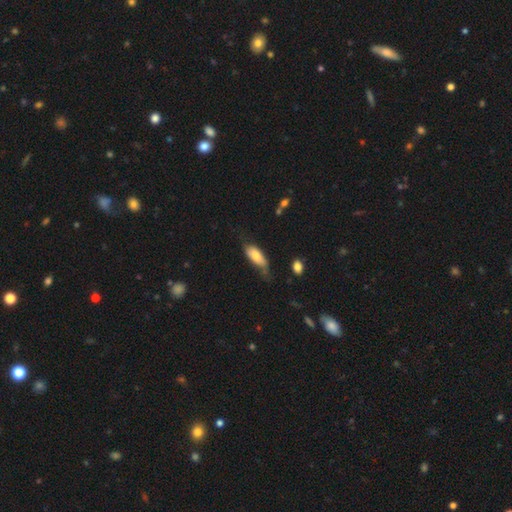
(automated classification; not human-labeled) Smooth or featured? Predicted: smooth (p=0.69). How rounded? Predicted: in between (p=0.81). Merging? Predicted: none (p=0.39).